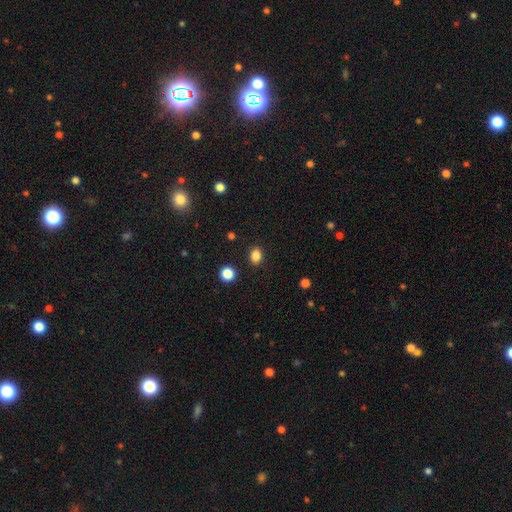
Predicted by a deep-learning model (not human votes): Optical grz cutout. It shows a smooth galaxy with no disk features (85%) that is in between round and cigar-shaped (58%). Merging: none (89%).